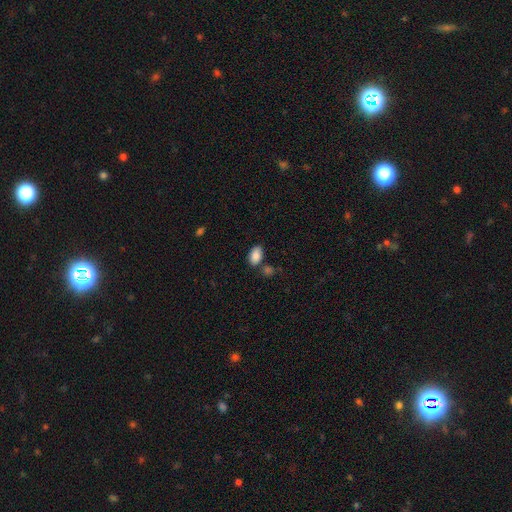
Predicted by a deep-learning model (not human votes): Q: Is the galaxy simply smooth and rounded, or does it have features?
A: smooth — 87%.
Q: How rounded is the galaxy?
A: in between — 92%.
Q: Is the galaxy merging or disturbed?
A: none — 71%.